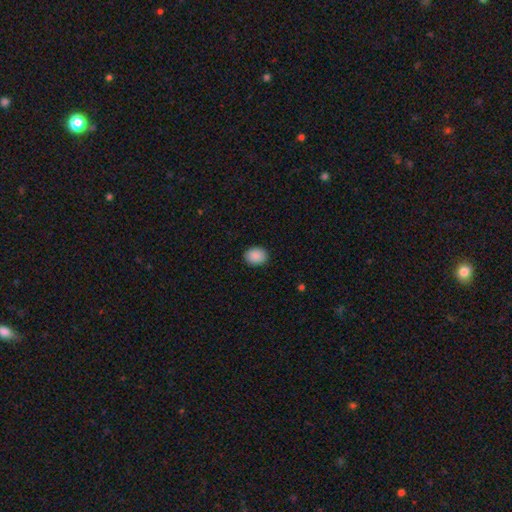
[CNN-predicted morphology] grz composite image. It shows a smooth galaxy with no disk features (90%) that is round (51%). Merging: none (90%).